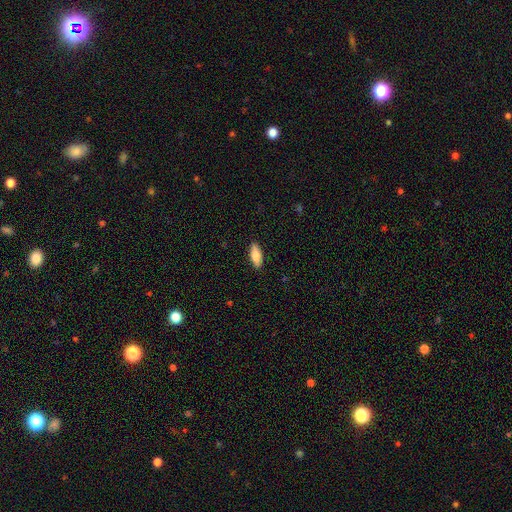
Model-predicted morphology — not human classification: Smooth or featured? smooth (79%)
How rounded? in between (74%)
Merging? none (88%)